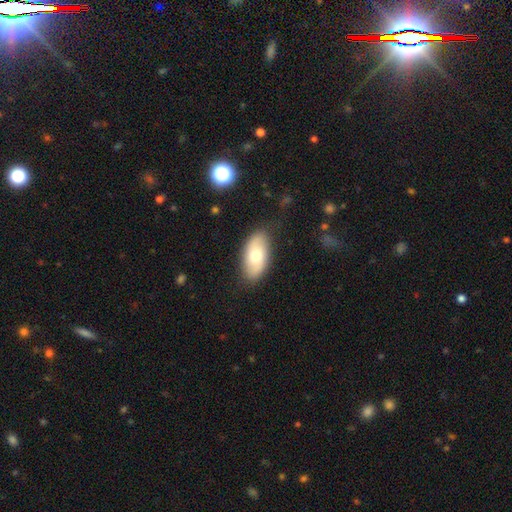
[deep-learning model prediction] Morphology: type=smooth (67%); roundness=in between (94%); merging=none (82%).